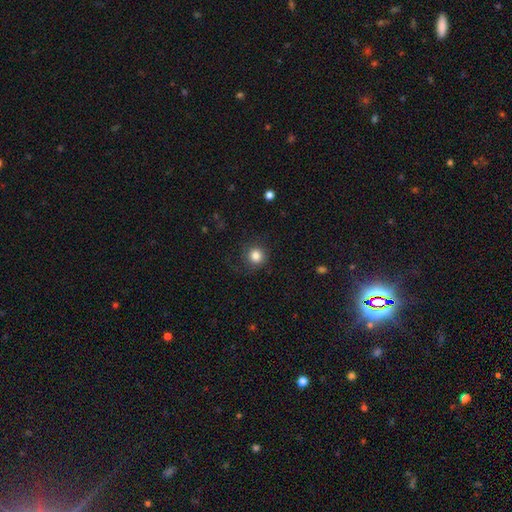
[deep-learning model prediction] Smooth or featured: smooth — 84% (star or artifact — 11%)
How rounded: round — 92% (in between — 7%)
Merging: none — 82% (minor disturbance — 11%)